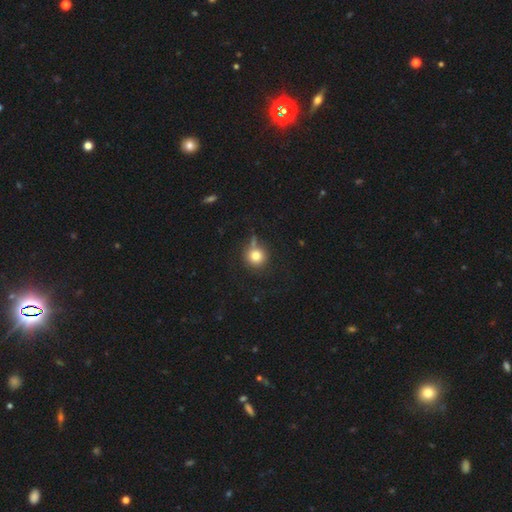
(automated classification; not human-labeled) smooth-or-featured: smooth: 80% | star or artifact: 11% | featured or disk: 9%
  how-rounded: round: 92% | in between: 7% | cigar-shaped: 1%
  merging: none: 67% | minor disturbance: 17% | merger: 10% | major disturbance: 6%